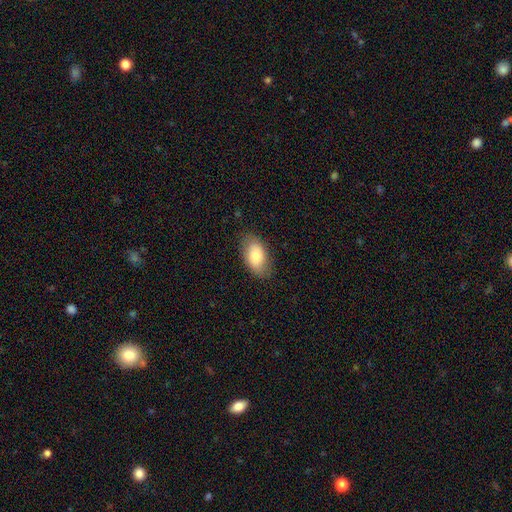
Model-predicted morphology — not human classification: A smooth galaxy with no disk features (78%) that is in between round and cigar-shaped (93%).

Vote fractions:
- Smooth or featured? smooth: 78% / featured or disk: 16% / star or artifact: 7%
- How rounded? in between: 93% / round: 5% / cigar-shaped: 2%
- Merging? none: 79% / minor disturbance: 16% / major disturbance: 4% / merger: 1%